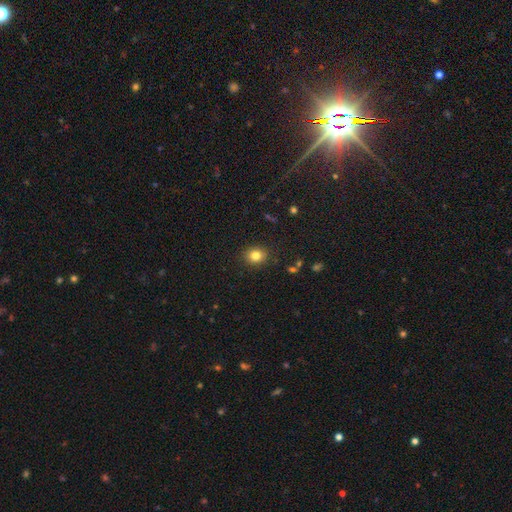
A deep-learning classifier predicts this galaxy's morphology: A smooth galaxy with no disk features (82%) that is round (65%).

Vote fractions:
- Smooth or featured? smooth: 82% / star or artifact: 12% / featured or disk: 6%
- How rounded? round: 65% / in between: 34% / cigar-shaped: 1%
- Merging? none: 89% / minor disturbance: 8% / major disturbance: 2% / merger: 1%